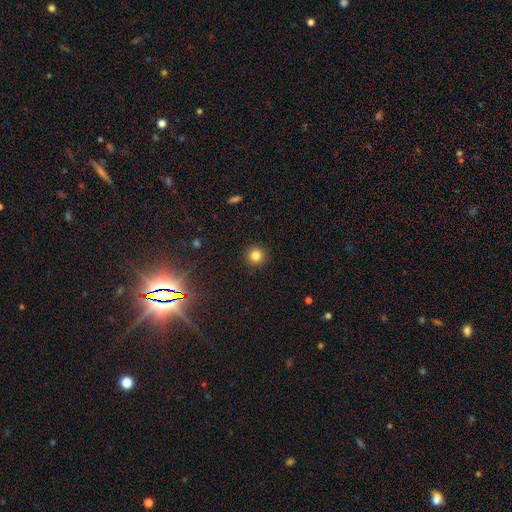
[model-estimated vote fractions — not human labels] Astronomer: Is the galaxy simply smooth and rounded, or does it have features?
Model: smooth — 82%.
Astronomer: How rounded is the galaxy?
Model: round — 95%.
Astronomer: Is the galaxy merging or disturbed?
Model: none — 92%.